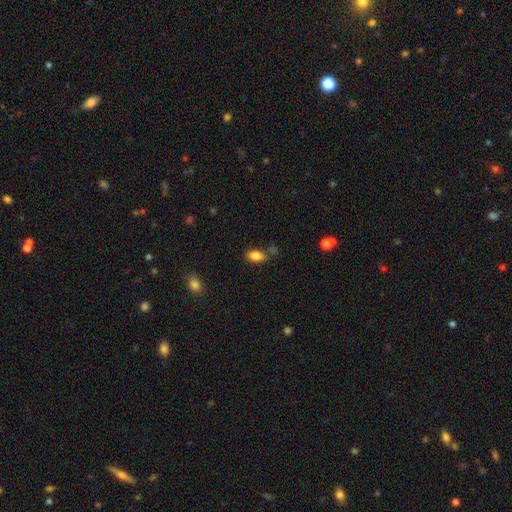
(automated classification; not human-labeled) smooth 85%, star or artifact 9%, featured or disk 6%. Down the decision tree: how rounded — in between (91%); merging — none (68%).